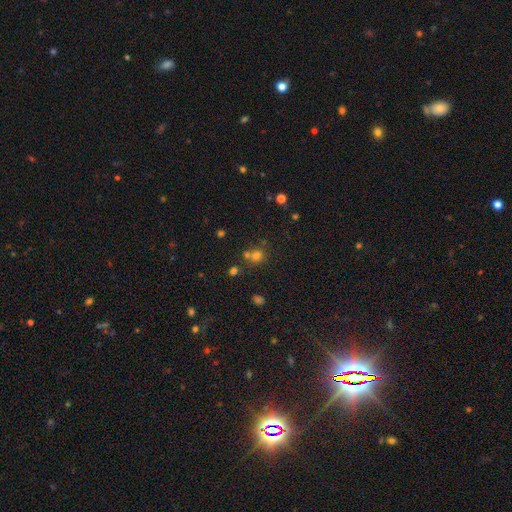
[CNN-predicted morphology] Smooth or featured: smooth — 60% (star or artifact — 31%)
How rounded: round — 86% (in between — 13%)
Merging: none — 59% (merger — 29%)